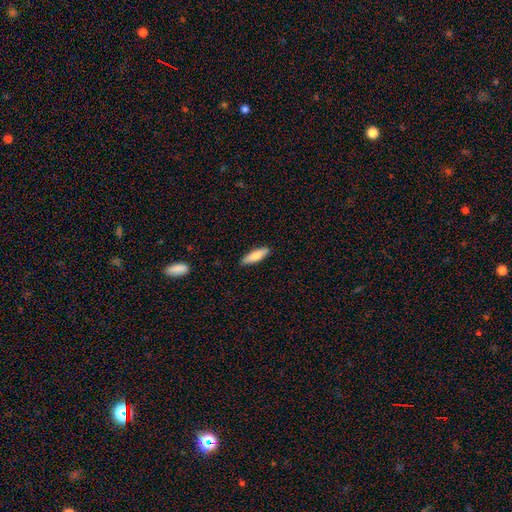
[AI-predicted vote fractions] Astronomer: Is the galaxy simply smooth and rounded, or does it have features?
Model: smooth — 76%.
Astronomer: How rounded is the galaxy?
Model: cigar-shaped — 57% (runner-up: in between, 41%).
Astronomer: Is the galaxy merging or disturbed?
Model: none — 89%.